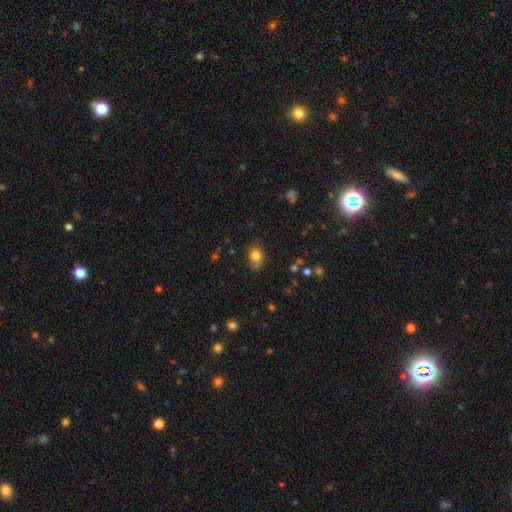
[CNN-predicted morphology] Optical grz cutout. It shows a smooth galaxy with no disk features (80%) that is in between round and cigar-shaped (58%). Merging: none (66%).